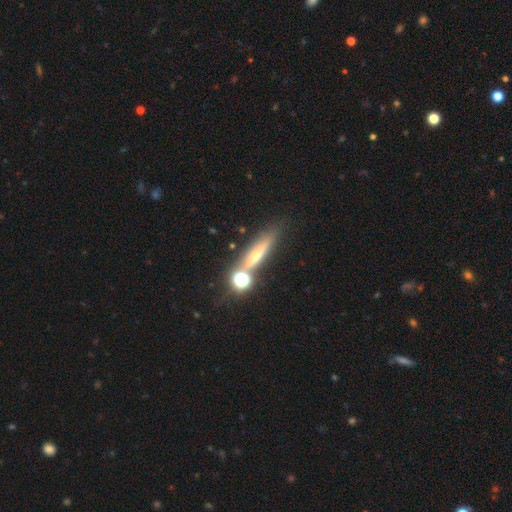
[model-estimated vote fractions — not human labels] This appears to be a featured or disk galaxy (41%). Merging: none (64%).